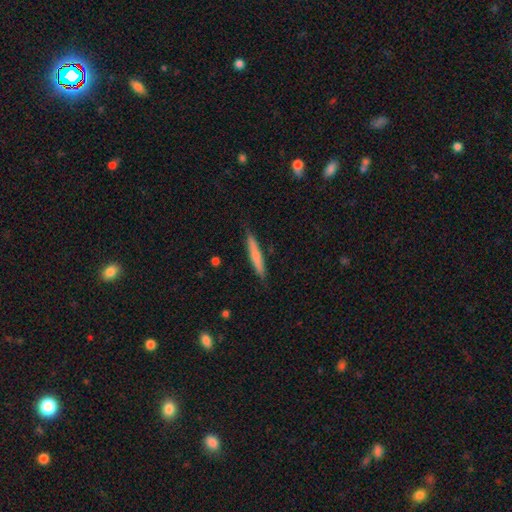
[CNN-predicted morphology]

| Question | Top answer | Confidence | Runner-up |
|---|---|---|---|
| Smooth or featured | smooth | 70% | featured or disk (25%) |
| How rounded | cigar-shaped | 95% | in between (4%) |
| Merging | none | 88% | minor disturbance (9%) |